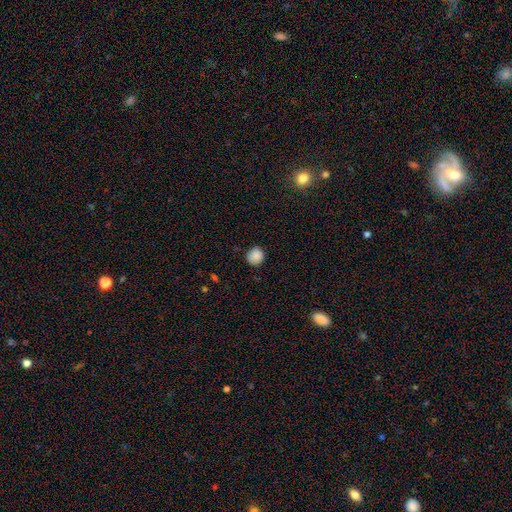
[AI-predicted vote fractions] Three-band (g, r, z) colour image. It shows a smooth galaxy with no disk features (87%) that is round (88%). Merging: none (84%).